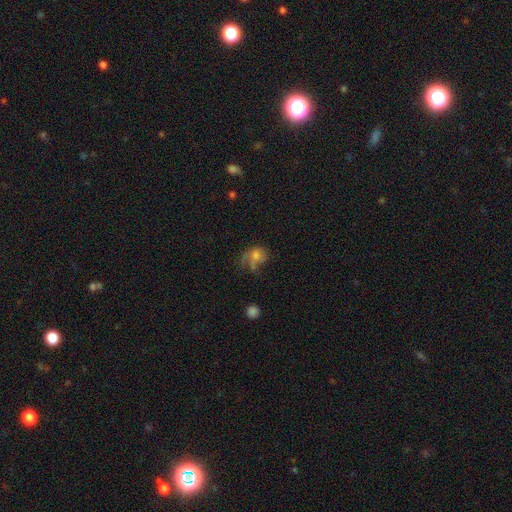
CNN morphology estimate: A smooth galaxy with no disk features (45%).

Vote fractions:
- Smooth or featured? smooth: 45% / featured or disk: 38% / star or artifact: 17%
- Merging? major disturbance: 40% / none: 32% / minor disturbance: 21% / merger: 7%